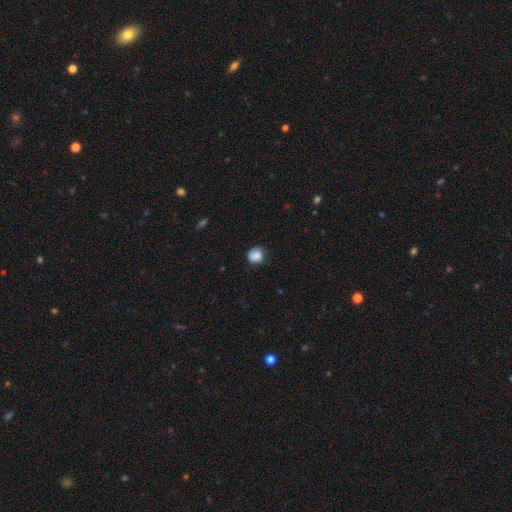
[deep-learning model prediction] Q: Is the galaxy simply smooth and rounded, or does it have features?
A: smooth — 83%.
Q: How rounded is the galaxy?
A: round — 79%.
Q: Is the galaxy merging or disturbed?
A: none — 69%.